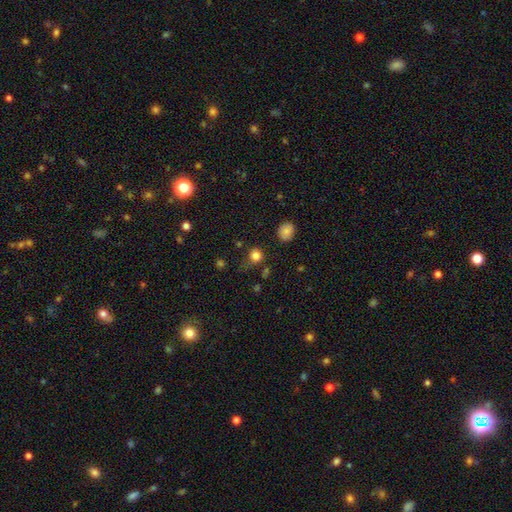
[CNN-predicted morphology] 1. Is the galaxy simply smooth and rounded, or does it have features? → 80% smooth, 15% star or artifact, 5% featured or disk.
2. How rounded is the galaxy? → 85% round, 14% in between, 1% cigar-shaped.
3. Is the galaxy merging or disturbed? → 69% none, 19% minor disturbance, 9% major disturbance, 4% merger.